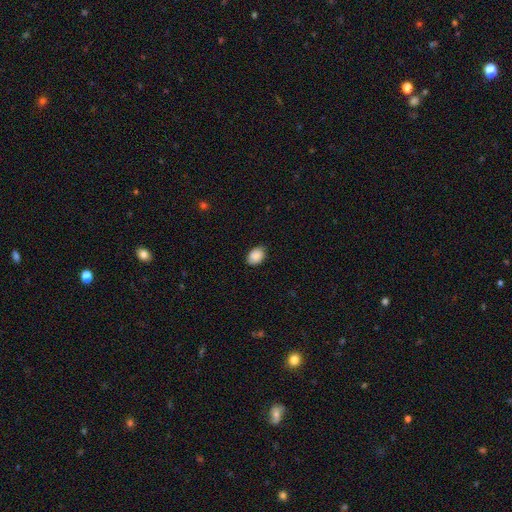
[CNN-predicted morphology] This appears to be a smooth galaxy with no disk features (87%) that is in between round and cigar-shaped (76%). Merging: none (81%).